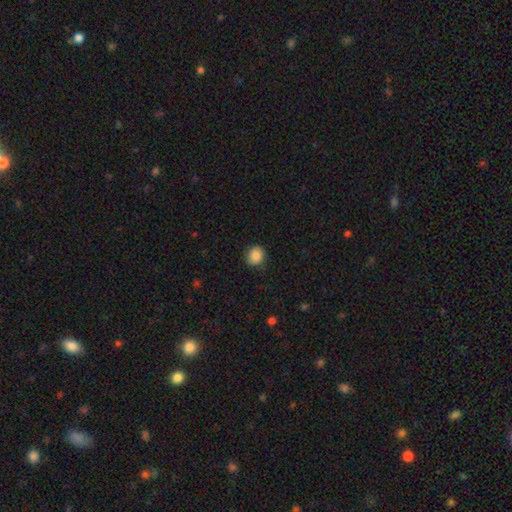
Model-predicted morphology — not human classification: type=smooth (85%); roundness=round (78%); merging=none (84%).